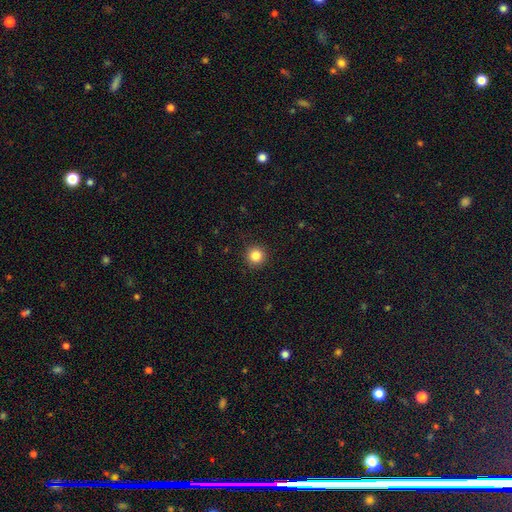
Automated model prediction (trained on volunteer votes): The model was most divided on "smooth or featured": smooth: 85%, star or artifact: 11%, featured or disk: 4%. More confident: how rounded — round (95%); merging — none (92%).